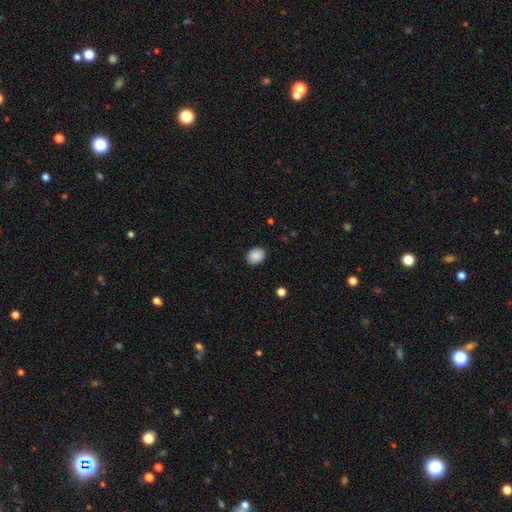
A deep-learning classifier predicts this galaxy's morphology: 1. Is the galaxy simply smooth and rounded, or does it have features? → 88% smooth, 8% star or artifact, 4% featured or disk.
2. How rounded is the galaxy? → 51% round, 48% in between, 1% cigar-shaped.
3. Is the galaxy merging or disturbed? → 88% none, 9% minor disturbance, 2% major disturbance, 1% merger.